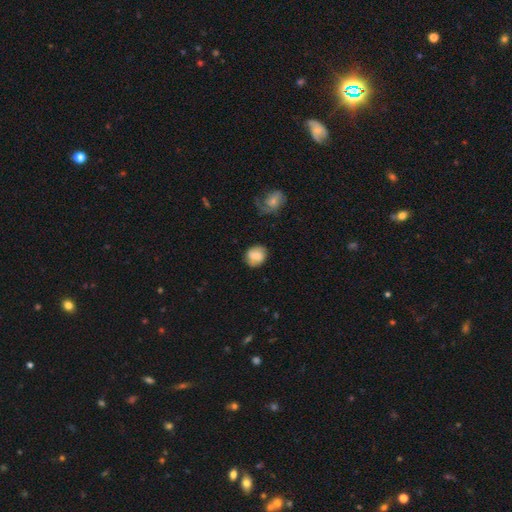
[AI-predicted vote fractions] The model was most divided on "how rounded": round: 65%, in between: 34%, cigar-shaped: 1%. More confident: merging — none (75%); smooth or featured — smooth (69%).